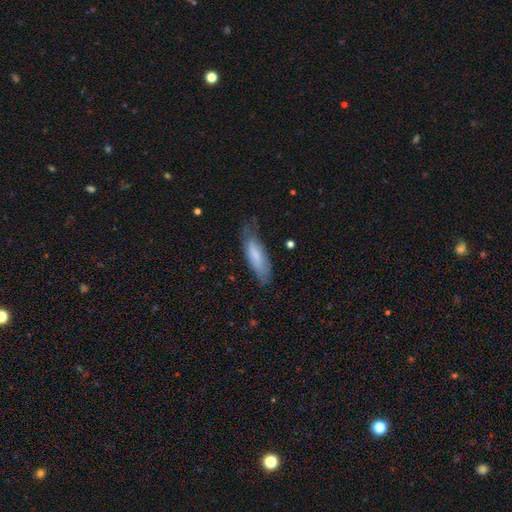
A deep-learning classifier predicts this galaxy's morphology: Q: Smooth or featured?
A: smooth (71%); runner-up: featured or disk (23%)
Q: How rounded?
A: cigar-shaped (52%); runner-up: in between (47%)
Q: Merging?
A: none (57%); runner-up: minor disturbance (31%)